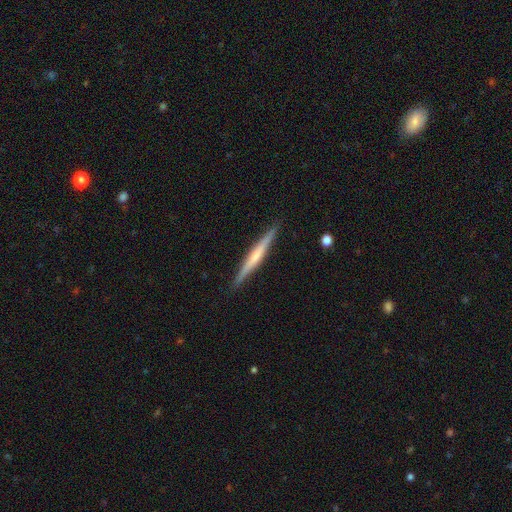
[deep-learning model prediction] A featured or disk galaxy (61%) viewed edge-on (98%) with a rounded central bulge (44%). Merging: none (91%).